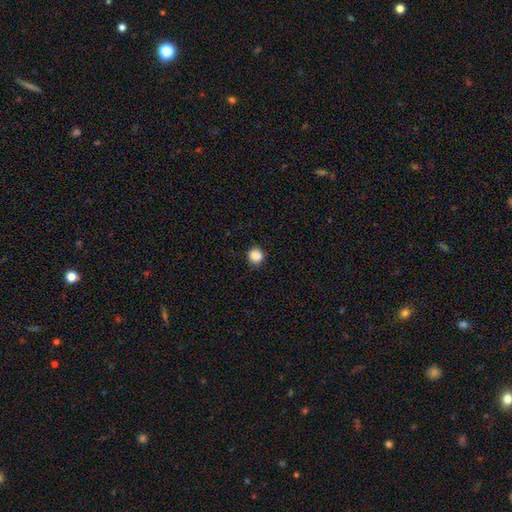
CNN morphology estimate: smooth_or_featured: smooth (p=0.87) [alt: star or artifact p=0.10]
how_rounded: round (p=0.89) [alt: in between p=0.10]
merging: none (p=0.88) [alt: minor disturbance p=0.08]